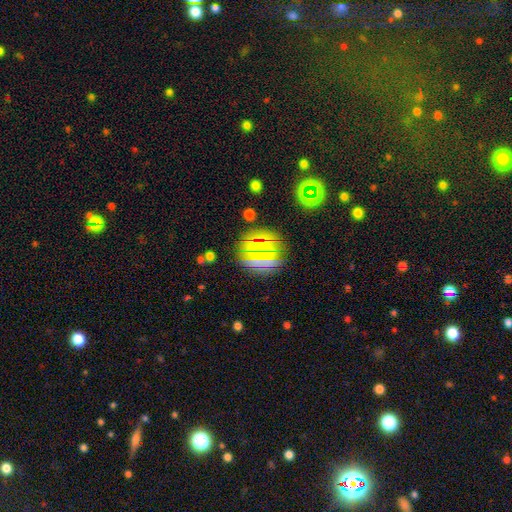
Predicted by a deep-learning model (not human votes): The model was most divided on "smooth or featured": smooth: 50%, star or artifact: 32%, featured or disk: 18%. More confident: how rounded — round (82%); merging — none (77%).